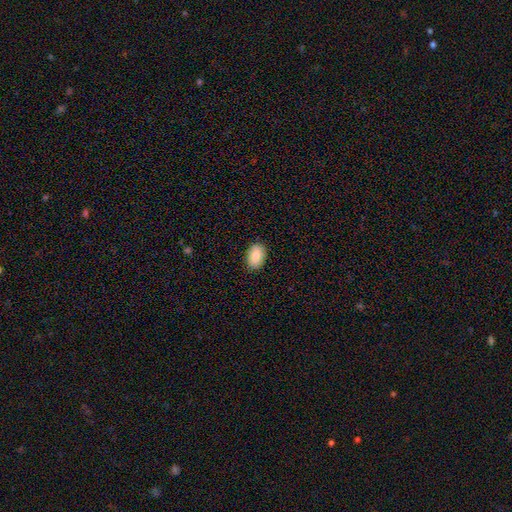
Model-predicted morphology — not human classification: A smooth galaxy with no disk features (83%) that is in between round and cigar-shaped (86%).

Vote fractions:
- Smooth or featured? smooth: 83% / featured or disk: 10% / star or artifact: 7%
- How rounded? in between: 86% / round: 13% / cigar-shaped: 1%
- Merging? none: 89% / minor disturbance: 8% / major disturbance: 2% / merger: 1%